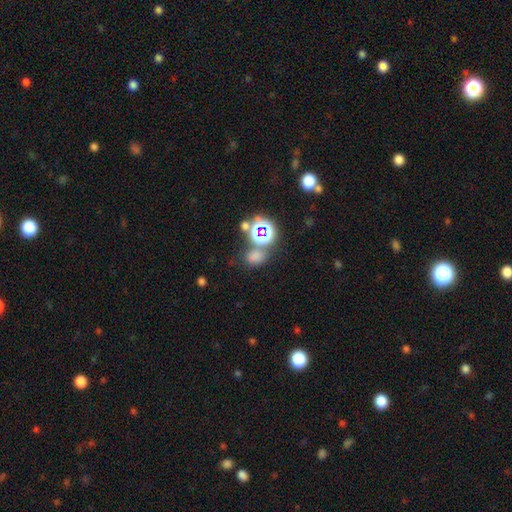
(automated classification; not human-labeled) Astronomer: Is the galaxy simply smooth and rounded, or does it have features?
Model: smooth — 61%.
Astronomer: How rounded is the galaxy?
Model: round — 52% (runner-up: in between, 47%).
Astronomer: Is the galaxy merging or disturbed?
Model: none — 61%.